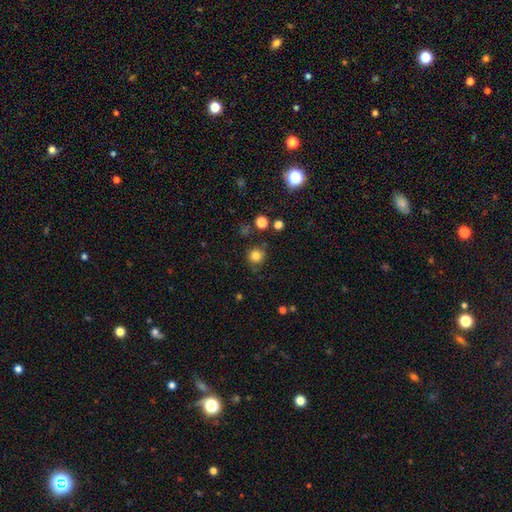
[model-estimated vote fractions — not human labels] This is clearly a smooth galaxy (82%). How rounded: clearly round (93%). Merging: clearly none (83%).